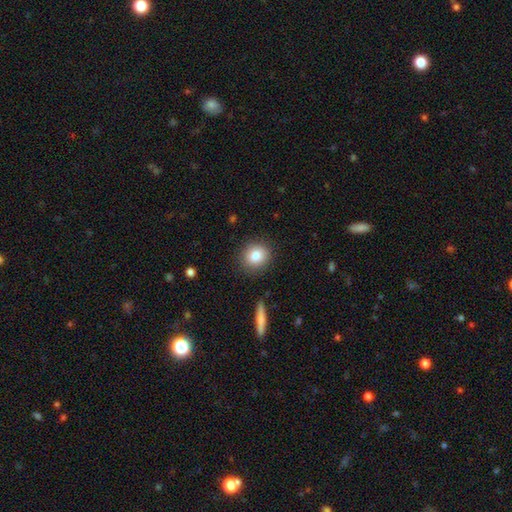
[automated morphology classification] Smooth or featured? Predicted: smooth (p=0.82). How rounded? Predicted: round (p=0.84). Merging? Predicted: none (p=0.88).